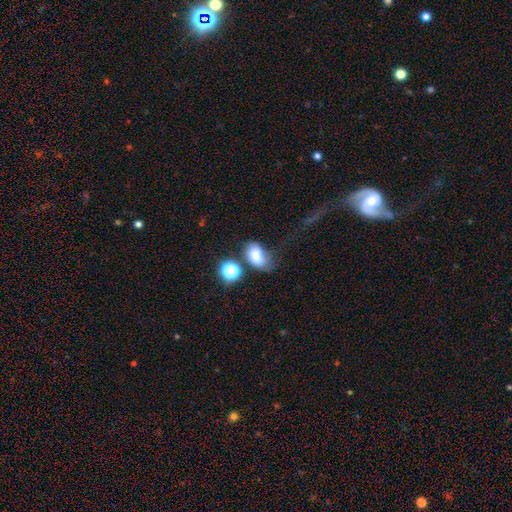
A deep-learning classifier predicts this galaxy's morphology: This is likely a smooth galaxy (72%). How rounded: likely in between (77%). Merging: marginally none (39%).